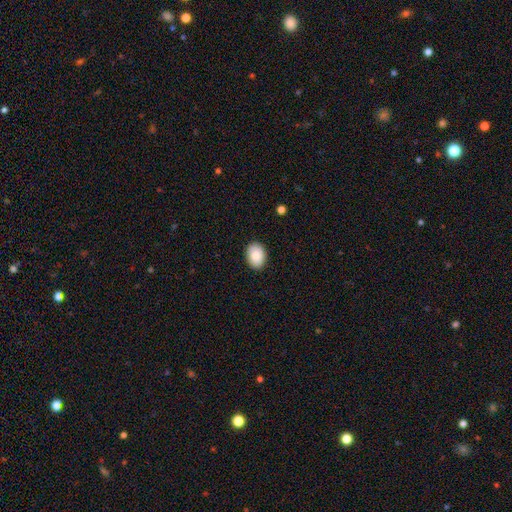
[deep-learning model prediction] A smooth galaxy with no disk features (87%) that is in between round and cigar-shaped (78%).

Vote fractions:
- Smooth or featured? smooth: 87% / featured or disk: 7% / star or artifact: 7%
- How rounded? in between: 78% / round: 21% / cigar-shaped: 1%
- Merging? none: 89% / minor disturbance: 8% / major disturbance: 2% / merger: 1%